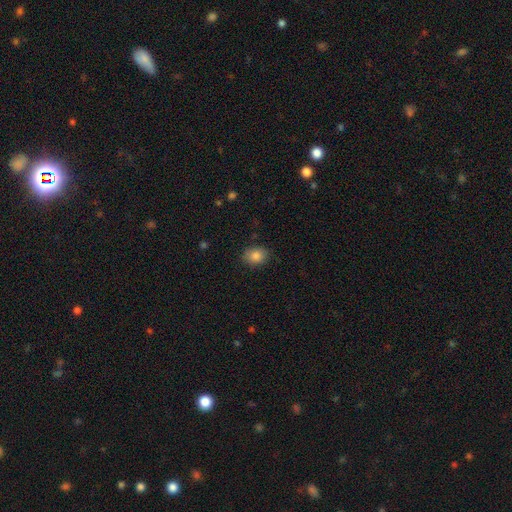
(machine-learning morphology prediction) smooth-or-featured: smooth: 85% | star or artifact: 9% | featured or disk: 6%
  how-rounded: in between: 60% | round: 39% | cigar-shaped: 1%
  merging: none: 85% | minor disturbance: 11% | major disturbance: 3% | merger: 1%